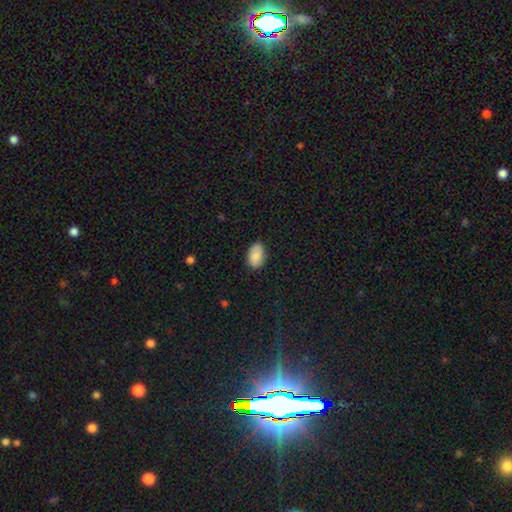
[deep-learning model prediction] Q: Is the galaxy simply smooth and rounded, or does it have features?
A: smooth — 85%.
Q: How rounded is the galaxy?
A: in between — 91%.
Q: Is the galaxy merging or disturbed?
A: none — 83%.